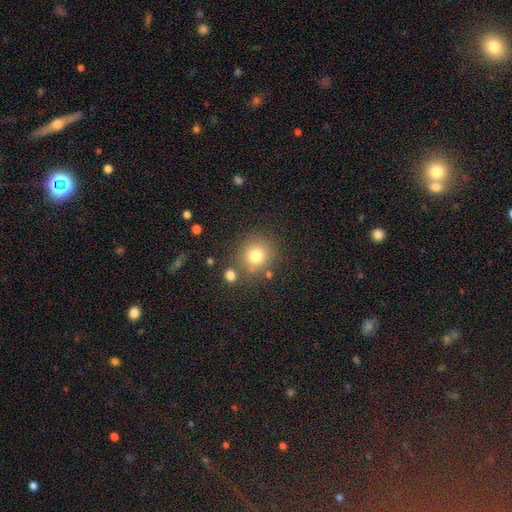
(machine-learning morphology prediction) This is likely a smooth galaxy (77%). How rounded: clearly round (87%). Merging: likely none (77%).